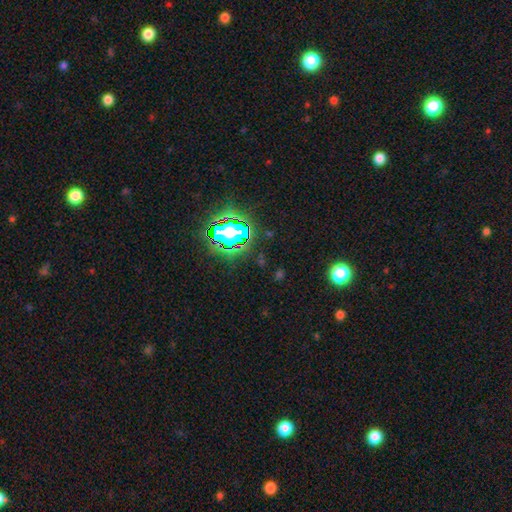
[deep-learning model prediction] Overall: star or artifact (79%).